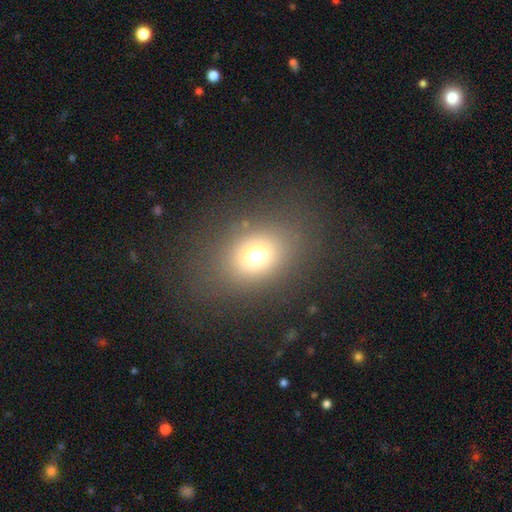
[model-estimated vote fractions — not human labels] Smooth or featured? smooth (69%)
How rounded? round (49%, tied with in between)
Merging? none (82%)